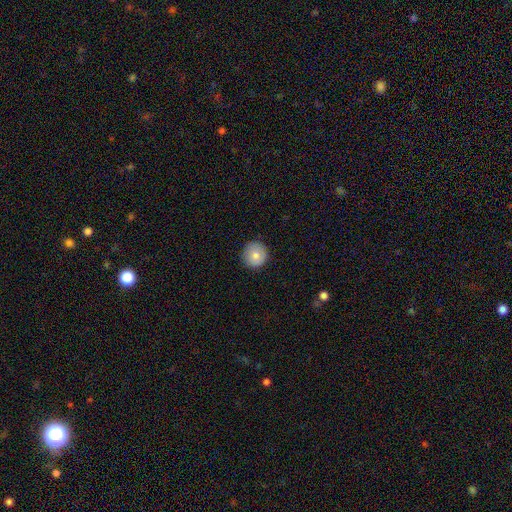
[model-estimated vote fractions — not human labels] smooth-or-featured: smooth: 79% | featured or disk: 13% | star or artifact: 8%
  how-rounded: round: 94% | in between: 5% | cigar-shaped: 1%
  merging: none: 89% | minor disturbance: 8% | major disturbance: 2% | merger: 1%